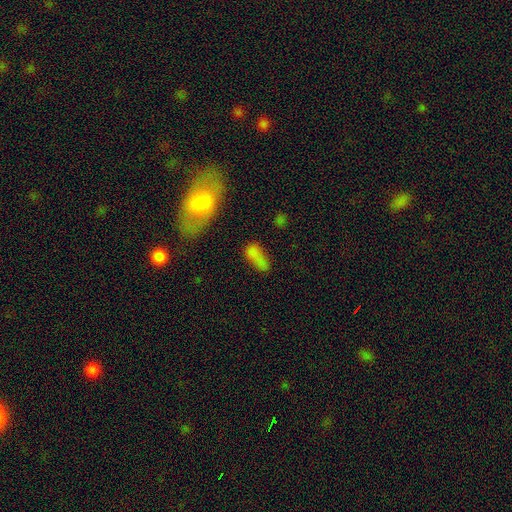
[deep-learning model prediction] Smooth or featured? Predicted: smooth (p=0.74). How rounded? Predicted: in between (p=0.74). Merging? Predicted: none (p=0.46).